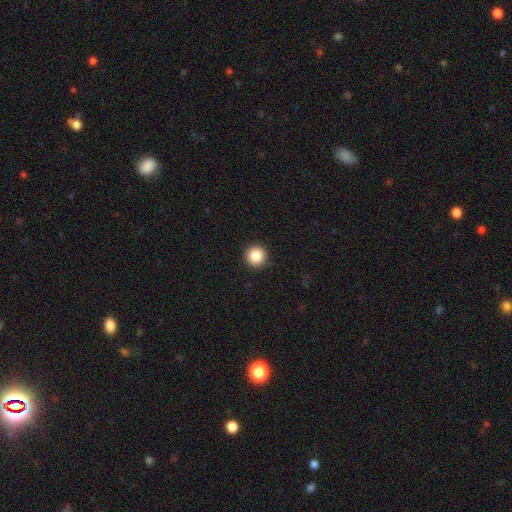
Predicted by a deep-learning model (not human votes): smooth_or_featured: smooth (p=0.87) [alt: star or artifact p=0.09]
how_rounded: round (p=0.96) [alt: in between p=0.03]
merging: none (p=0.93) [alt: minor disturbance p=0.04]